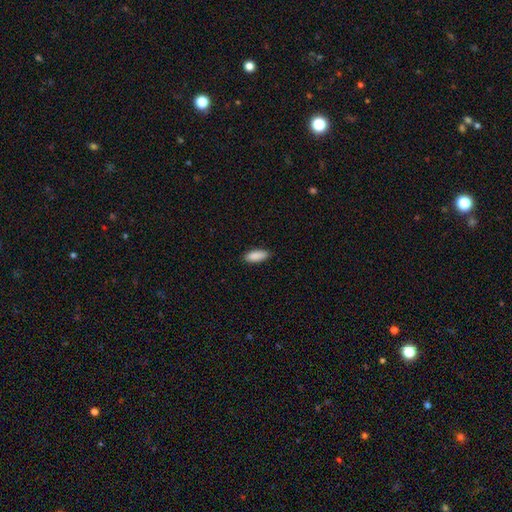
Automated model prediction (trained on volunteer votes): This appears to be a smooth galaxy with no disk features (90%) that is in between round and cigar-shaped (78%). Merging: none (87%).